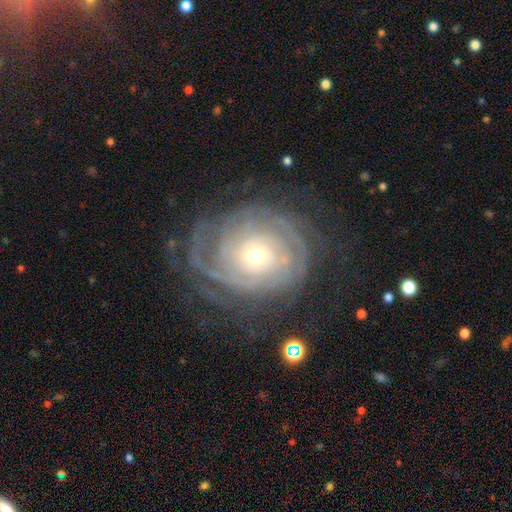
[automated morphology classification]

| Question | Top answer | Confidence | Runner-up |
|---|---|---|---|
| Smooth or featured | featured or disk | 86% | smooth (8%) |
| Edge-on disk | no | 97% | yes (3%) |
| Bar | no | 74% | weak (19%) |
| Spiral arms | yes | 95% | no (5%) |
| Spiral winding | tight | 82% | medium (14%) |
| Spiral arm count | can't tell | 38% | 4 (15%) |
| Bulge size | small | 57% | moderate (38%) |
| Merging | none | 70% | minor disturbance (17%) |